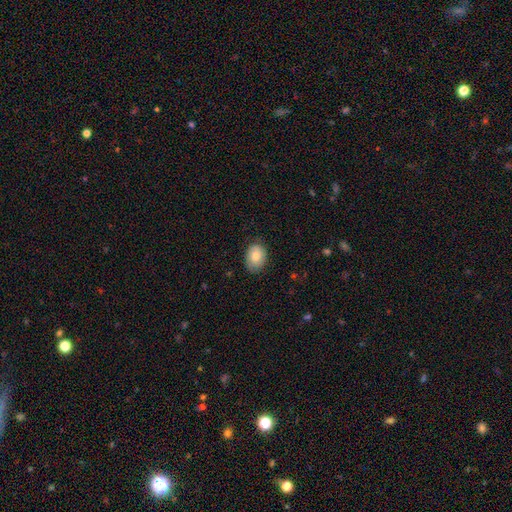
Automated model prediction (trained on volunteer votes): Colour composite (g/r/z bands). It shows a smooth galaxy with no disk features (82%) that is in between round and cigar-shaped (75%). Merging: none (79%).